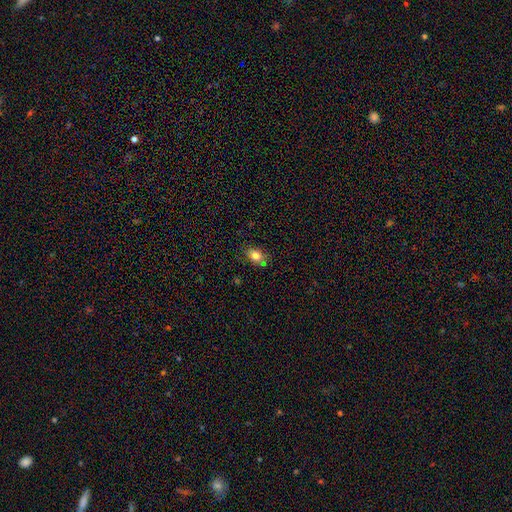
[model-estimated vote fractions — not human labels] This appears to be a smooth galaxy with no disk features (81%) that is in between round and cigar-shaped (78%). Merging: none (72%).